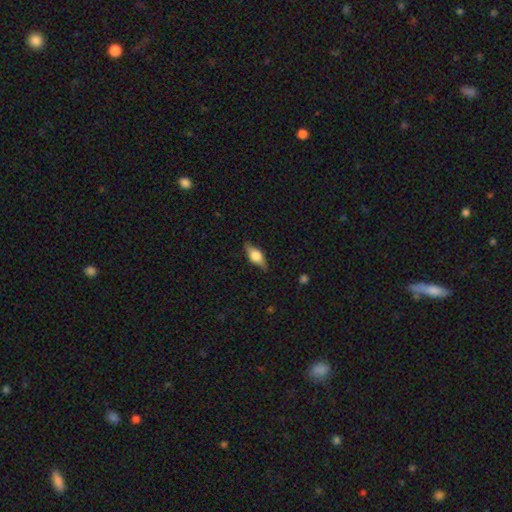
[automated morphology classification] Overall: featured or disk (47%; smooth 46%). Merging: none (83%).